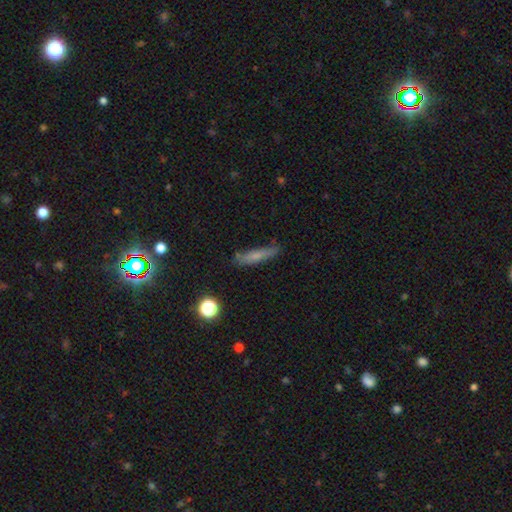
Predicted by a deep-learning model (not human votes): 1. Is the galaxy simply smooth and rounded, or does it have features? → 65% smooth, 25% featured or disk, 10% star or artifact.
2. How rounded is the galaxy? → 84% cigar-shaped, 14% in between, 3% round.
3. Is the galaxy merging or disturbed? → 73% none, 20% minor disturbance, 4% major disturbance, 3% merger.